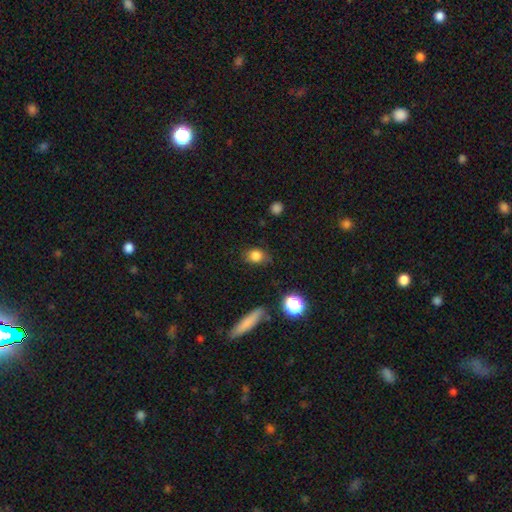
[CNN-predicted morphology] The model was most divided on "how rounded": in between: 50%, round: 48%, cigar-shaped: 2%. More confident: smooth or featured — smooth (82%); merging — none (73%).